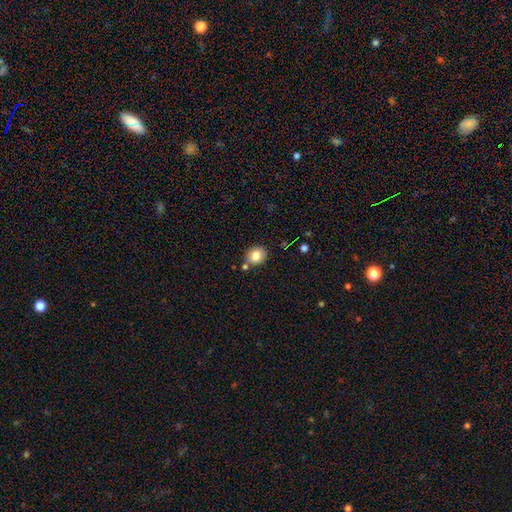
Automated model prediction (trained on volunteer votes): smooth-or-featured: smooth: 79% | featured or disk: 11% | star or artifact: 10%
  how-rounded: round: 73% | in between: 27% | cigar-shaped: 1%
  merging: none: 78% | minor disturbance: 11% | merger: 9% | major disturbance: 3%